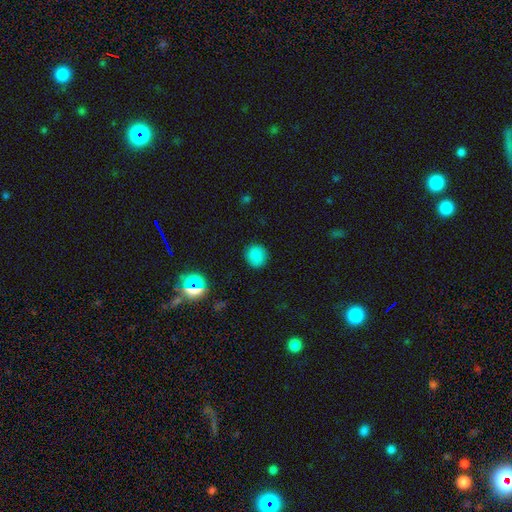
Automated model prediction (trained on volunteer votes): Smooth or featured? Predicted: smooth (p=0.82). How rounded? Predicted: round (p=0.89). Merging? Predicted: none (p=0.90).